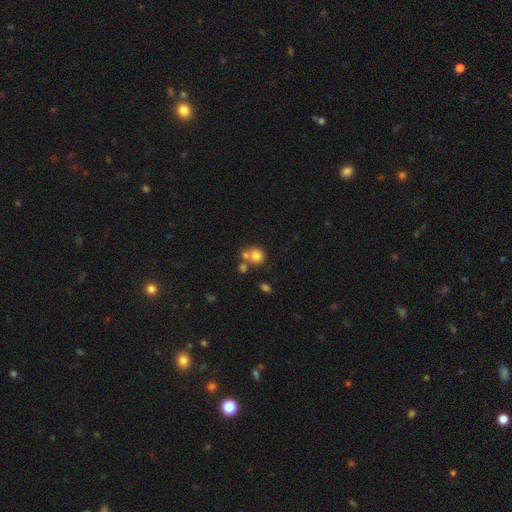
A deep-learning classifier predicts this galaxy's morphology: Overall: smooth (75%). How rounded: round (82%). Merging: none (49%; merger 36%).